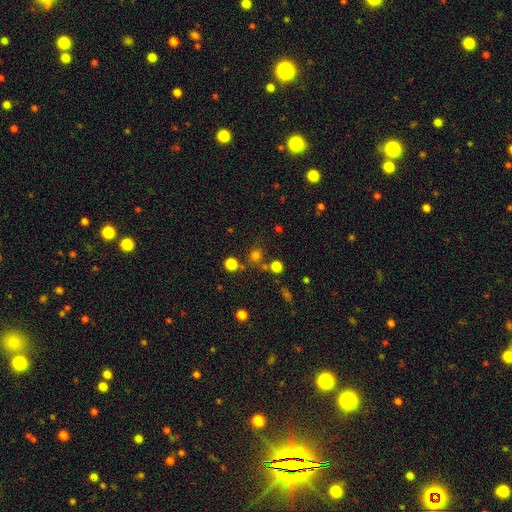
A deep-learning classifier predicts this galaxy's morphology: Smooth or featured? Predicted: smooth (p=0.73). How rounded? Predicted: round (p=0.87). Merging? Predicted: none (p=0.72).